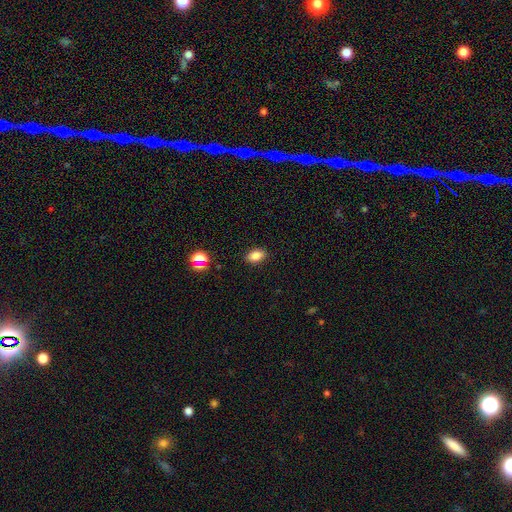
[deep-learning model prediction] smooth-or-featured: smooth: 82% | star or artifact: 12% | featured or disk: 6%
  how-rounded: in between: 86% | round: 11% | cigar-shaped: 2%
  merging: none: 88% | minor disturbance: 8% | major disturbance: 2% | merger: 1%